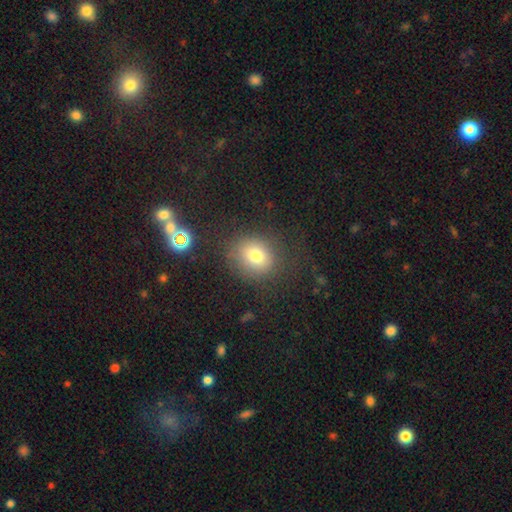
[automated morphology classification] Overall: smooth (76%). How rounded: round (66%; in between 33%). Merging: none (77%).